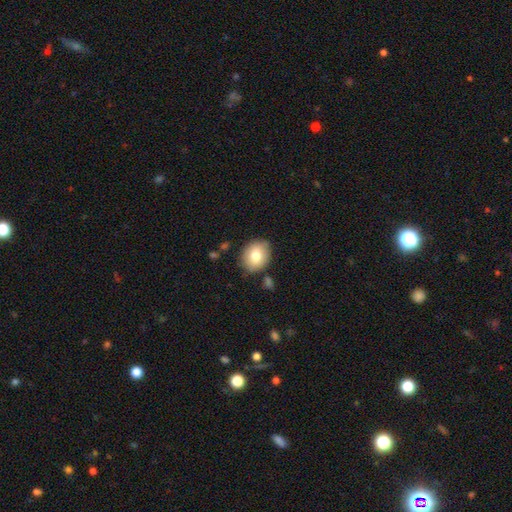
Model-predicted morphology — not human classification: smooth_or_featured: smooth (p=0.76) [alt: featured or disk p=0.15]
how_rounded: round (p=0.57) [alt: in between p=0.42]
merging: none (p=0.80) [alt: minor disturbance p=0.14]